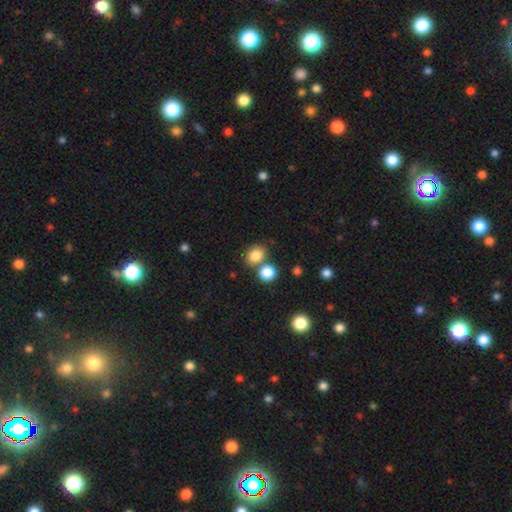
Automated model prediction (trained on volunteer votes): Smooth or featured? Predicted: smooth (p=0.83). How rounded? Predicted: round (p=0.53). Merging? Predicted: none (p=0.62).